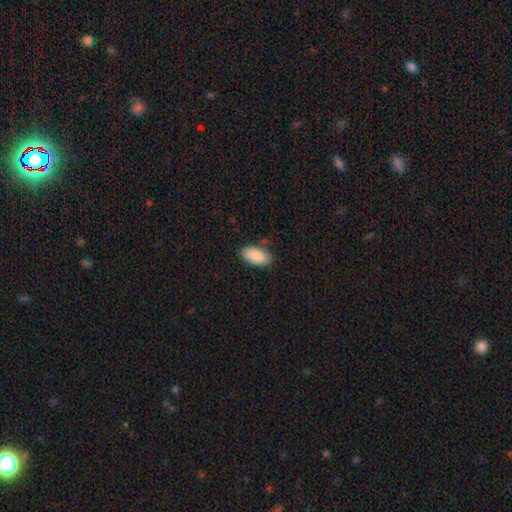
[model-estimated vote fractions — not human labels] Smooth or featured? smooth (89%)
How rounded? in between (94%)
Merging? none (83%)